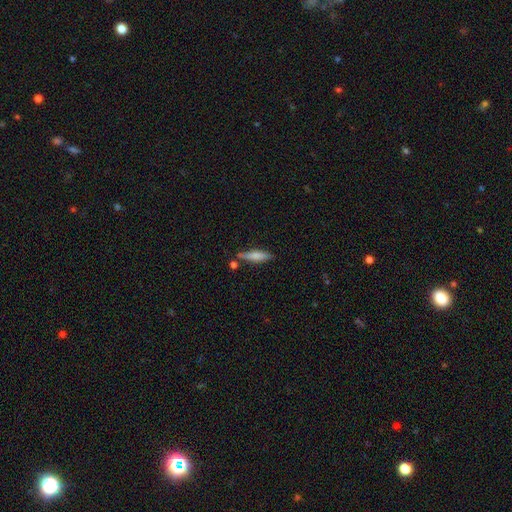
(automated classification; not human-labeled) Smooth or featured?
  - smooth: 67% *
  - featured or disk: 26%
  - star or artifact: 7%
How rounded?
  - cigar-shaped: 75% *
  - in between: 23%
  - round: 2%
Merging?
  - none: 71% *
  - minor disturbance: 16%
  - merger: 10%
  - major disturbance: 4%